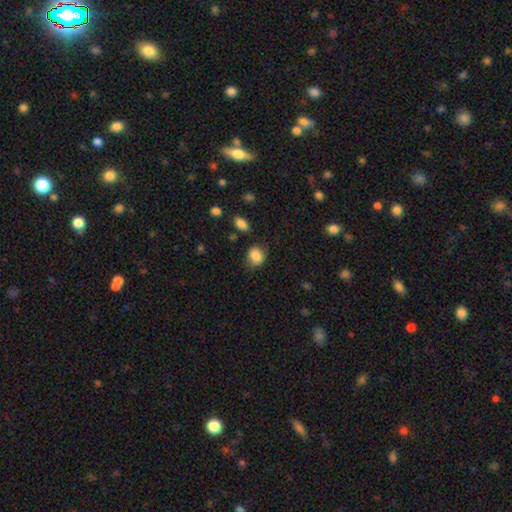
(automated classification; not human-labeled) A smooth galaxy with no disk features (86%) that is round (60%). Merging: none (70%).